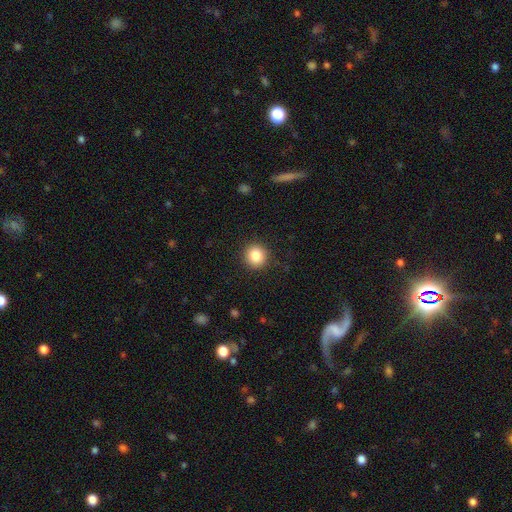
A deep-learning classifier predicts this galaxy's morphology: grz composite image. It shows a smooth galaxy with no disk features (85%) that is round (93%). Merging: none (91%).